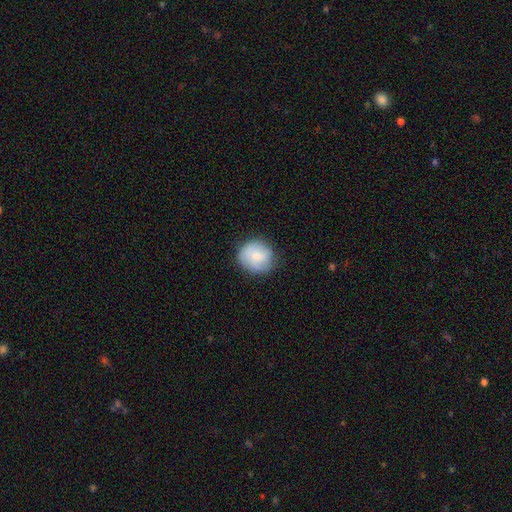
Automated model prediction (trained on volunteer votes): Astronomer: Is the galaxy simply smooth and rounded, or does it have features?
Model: smooth — 76%.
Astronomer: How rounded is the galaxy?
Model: round — 87%.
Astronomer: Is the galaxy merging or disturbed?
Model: none — 80%.